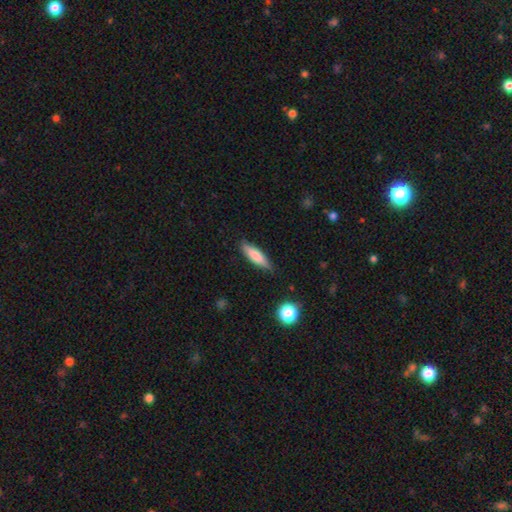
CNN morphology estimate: smooth-or-featured: smooth: 75% | featured or disk: 18% | star or artifact: 6%
  how-rounded: cigar-shaped: 67% | in between: 31% | round: 2%
  merging: none: 83% | minor disturbance: 13% | major disturbance: 2% | merger: 1%